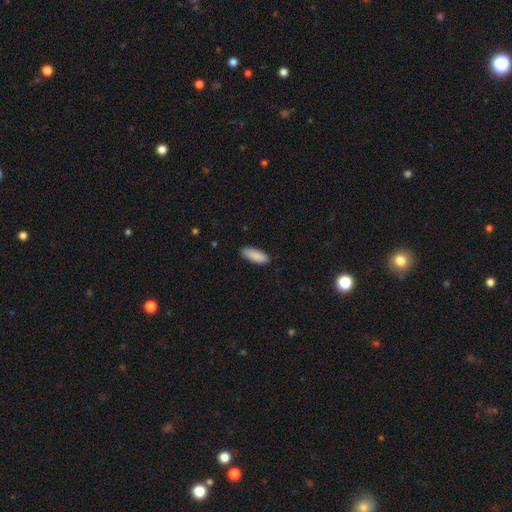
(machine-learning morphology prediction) Q: Smooth or featured?
A: smooth (90%); runner-up: star or artifact (6%)
Q: How rounded?
A: in between (67%); runner-up: cigar-shaped (31%)
Q: Merging?
A: none (86%); runner-up: minor disturbance (11%)